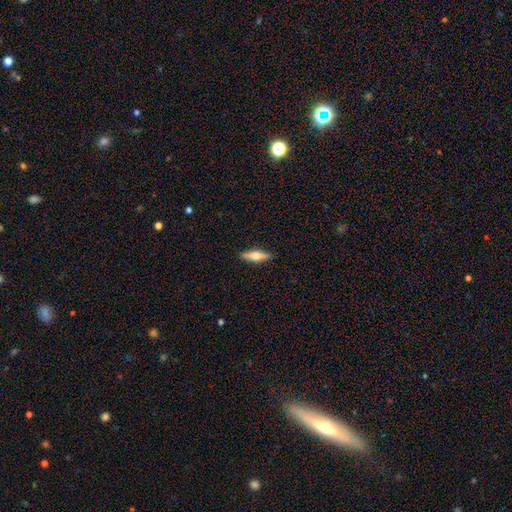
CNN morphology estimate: Smooth or featured? featured or disk (52%)
Edge-on disk? yes (95%)
Merging? none (89%)